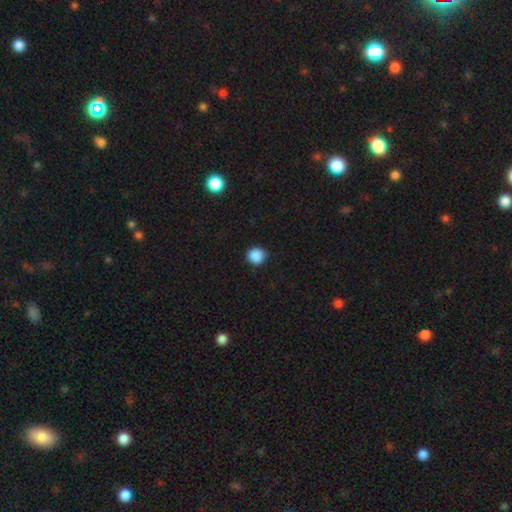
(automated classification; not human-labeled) smooth 88%, star or artifact 10%, featured or disk 2%. Down the decision tree: how rounded — round (91%); merging — none (87%).